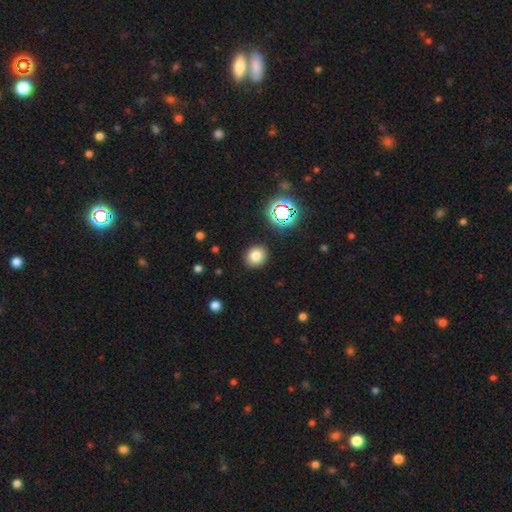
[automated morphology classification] Smooth or featured? smooth (77%)
How rounded? round (75%)
Merging? none (89%)